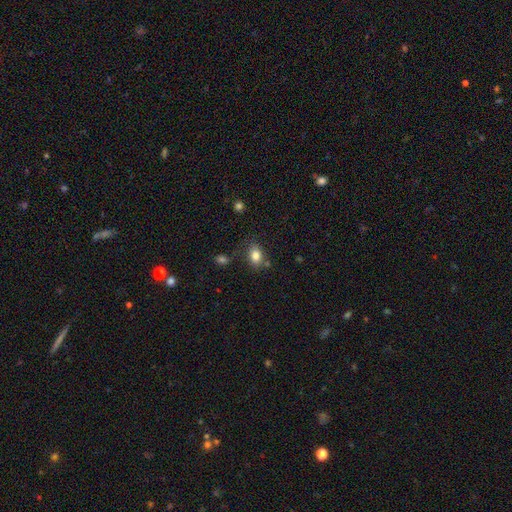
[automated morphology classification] smooth 82%, star or artifact 10%, featured or disk 8%. Down the decision tree: how rounded — in between (78%); merging — none (73%).